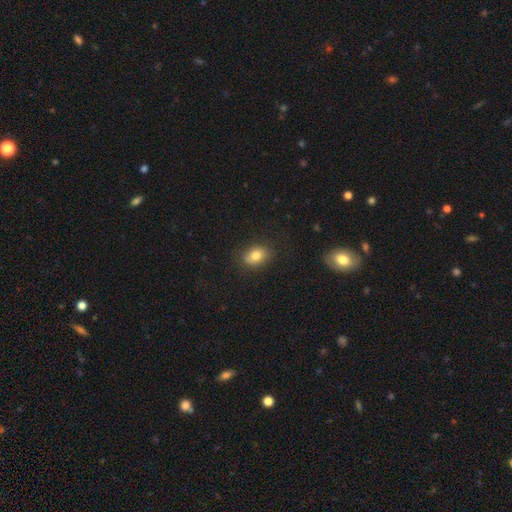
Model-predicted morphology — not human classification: Smooth or featured?
  - smooth: 80% *
  - featured or disk: 10%
  - star or artifact: 10%
How rounded?
  - in between: 70% *
  - round: 28%
  - cigar-shaped: 1%
Merging?
  - none: 80% *
  - minor disturbance: 15%
  - major disturbance: 4%
  - merger: 2%